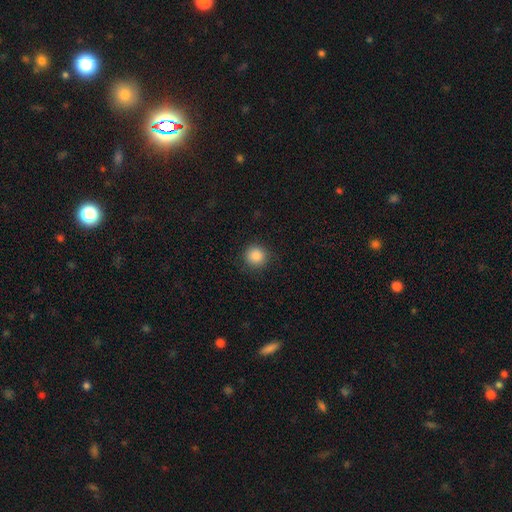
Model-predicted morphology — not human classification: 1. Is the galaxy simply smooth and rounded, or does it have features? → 87% smooth, 10% star or artifact, 3% featured or disk.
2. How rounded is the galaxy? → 94% round, 5% in between, 1% cigar-shaped.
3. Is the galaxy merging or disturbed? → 89% none, 8% minor disturbance, 3% major disturbance, 1% merger.